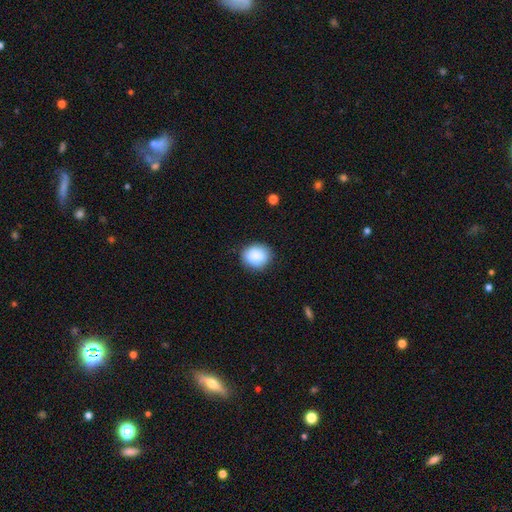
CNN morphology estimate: A smooth galaxy with no disk features (88%) that is round (68%).

Vote fractions:
- Smooth or featured? smooth: 88% / star or artifact: 7% / featured or disk: 4%
- How rounded? round: 68% / in between: 31% / cigar-shaped: 1%
- Merging? none: 84% / minor disturbance: 12% / major disturbance: 3% / merger: 1%